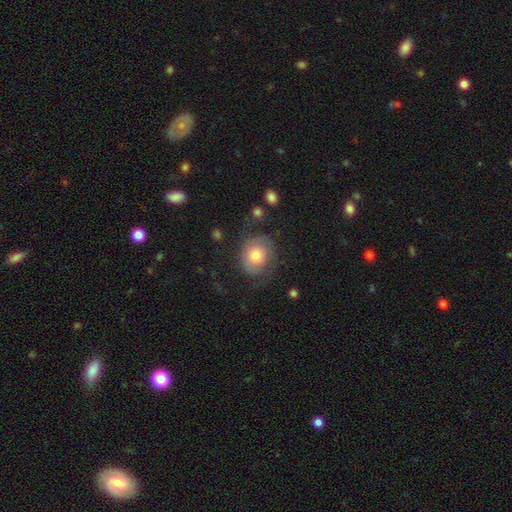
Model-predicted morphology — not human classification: Smooth or featured? smooth (66%)
How rounded? round (65%)
Merging? none (61%)